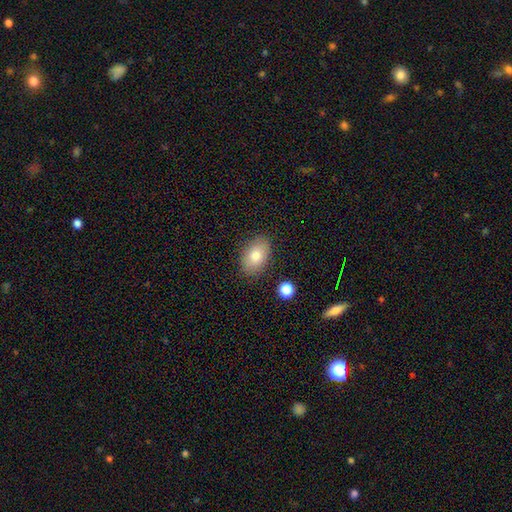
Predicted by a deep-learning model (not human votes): Smooth or featured? smooth (80%)
How rounded? in between (89%)
Merging? none (85%)